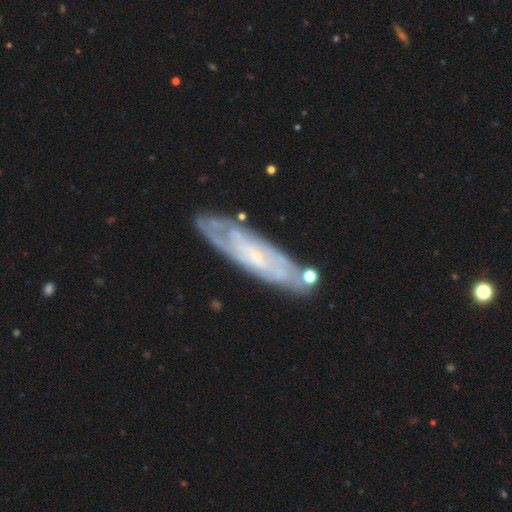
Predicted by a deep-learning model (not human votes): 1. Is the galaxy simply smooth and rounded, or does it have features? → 71% featured or disk, 22% smooth, 7% star or artifact.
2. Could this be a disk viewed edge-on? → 69% no, 31% yes.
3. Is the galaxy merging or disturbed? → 76% none, 15% minor disturbance, 5% merger, 4% major disturbance.